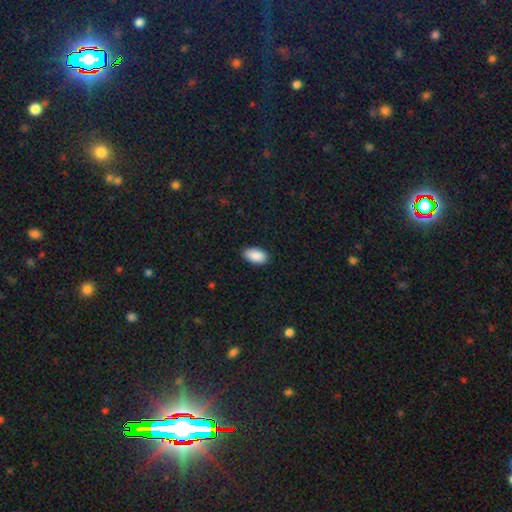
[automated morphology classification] Smooth or featured? smooth (90%)
How rounded? in between (95%)
Merging? none (89%)